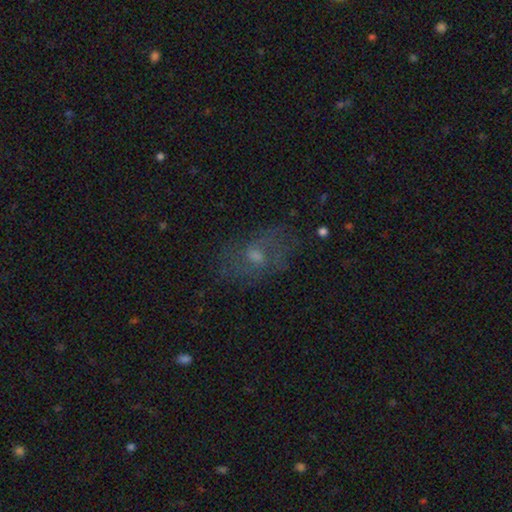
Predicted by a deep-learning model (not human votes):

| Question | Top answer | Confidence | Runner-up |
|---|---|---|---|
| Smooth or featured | featured or disk | 36% | smooth (32%) |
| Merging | none | 75% | minor disturbance (16%) |